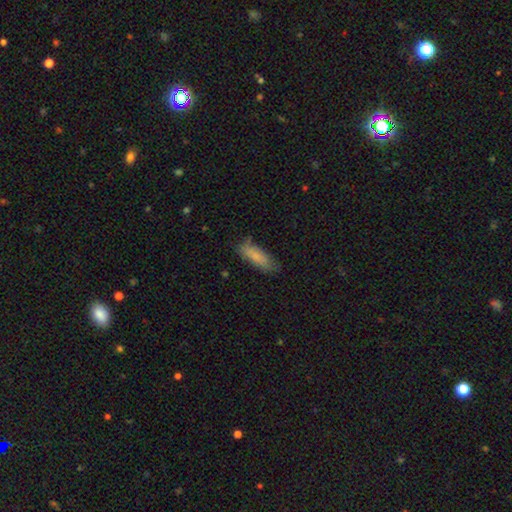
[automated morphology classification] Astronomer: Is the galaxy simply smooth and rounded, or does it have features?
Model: smooth — 80%.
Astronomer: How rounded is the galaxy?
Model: in between — 60% (runner-up: cigar-shaped, 38%).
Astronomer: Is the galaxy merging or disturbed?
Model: none — 69%.